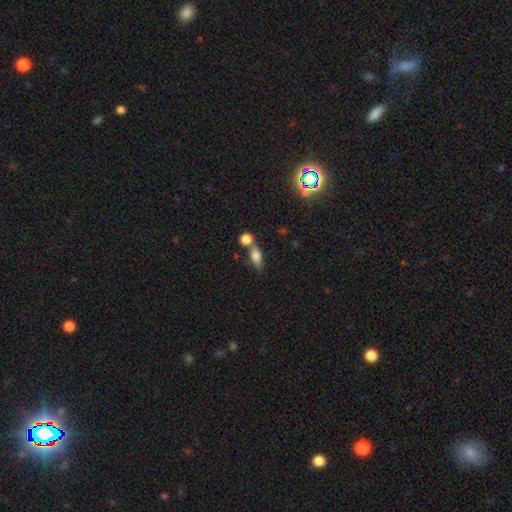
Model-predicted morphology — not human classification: smooth-or-featured: smooth: 75% | featured or disk: 15% | star or artifact: 10%
  how-rounded: in between: 70% | cigar-shaped: 18% | round: 12%
  merging: none: 44% | merger: 36% | minor disturbance: 13% | major disturbance: 6%